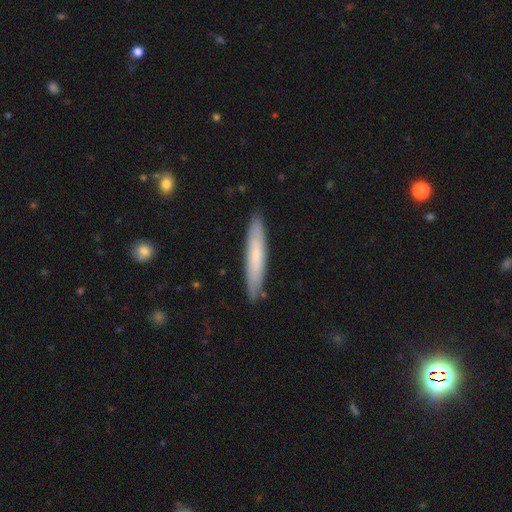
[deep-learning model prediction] Smooth or featured? smooth (63%)
How rounded? cigar-shaped (93%)
Merging? none (88%)